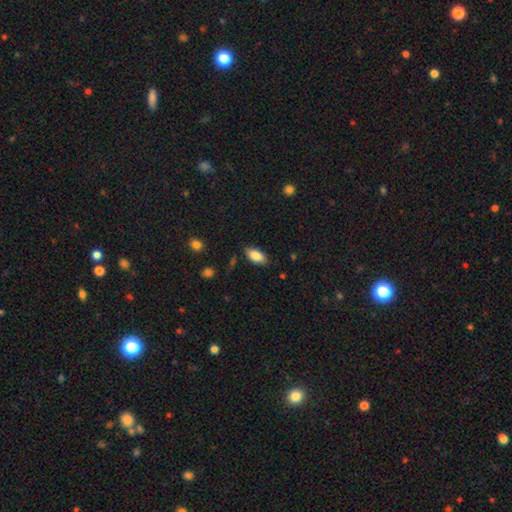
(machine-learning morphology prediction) A smooth galaxy with no disk features (85%) that is in between round and cigar-shaped (91%).

Vote fractions:
- Smooth or featured? smooth: 85% / featured or disk: 8% / star or artifact: 7%
- How rounded? in between: 91% / cigar-shaped: 6% / round: 3%
- Merging? none: 83% / minor disturbance: 13% / major disturbance: 3% / merger: 1%